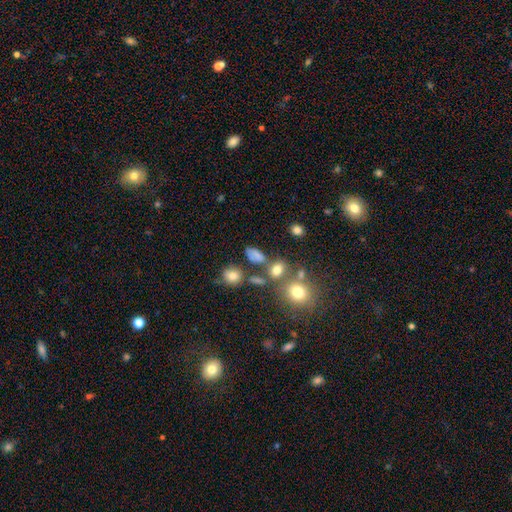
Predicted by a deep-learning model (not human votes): Smooth or featured? smooth (73%)
How rounded? in between (76%)
Merging? none (55%)